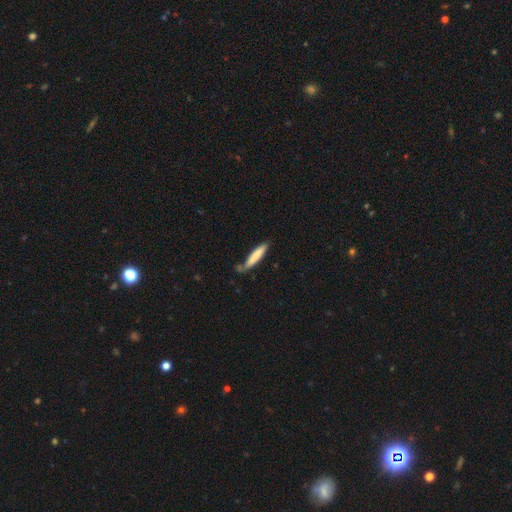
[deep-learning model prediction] This is likely a smooth galaxy (78%). How rounded: clearly cigar-shaped (89%). Merging: likely none (67%).